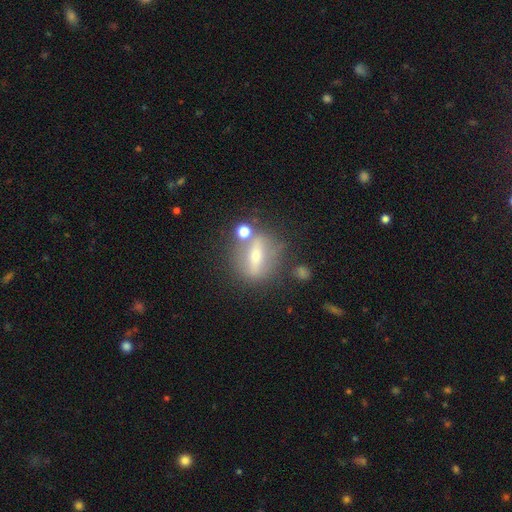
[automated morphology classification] Smooth or featured: featured or disk — 59% (smooth — 30%)
Edge-on disk: no — 52% (yes — 48%)
Merging: none — 71% (minor disturbance — 13%)